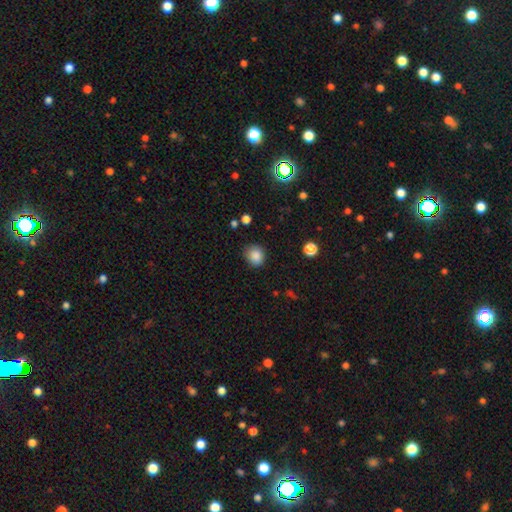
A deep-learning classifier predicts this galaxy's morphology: Q: Smooth or featured?
A: smooth (86%); runner-up: star or artifact (10%)
Q: How rounded?
A: round (78%); runner-up: in between (21%)
Q: Merging?
A: none (81%); runner-up: minor disturbance (14%)